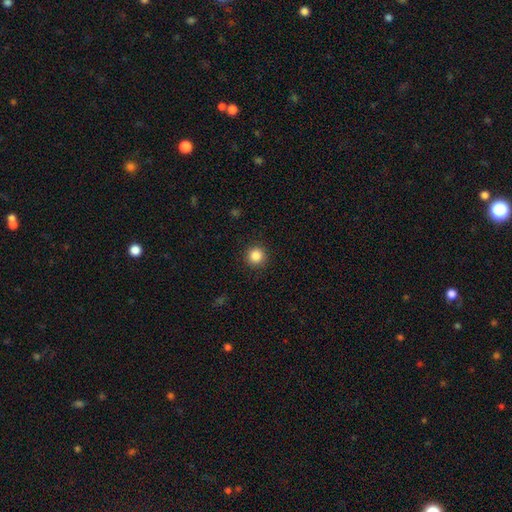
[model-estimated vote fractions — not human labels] Morphology: type=smooth (86%); roundness=round (95%); merging=none (92%).